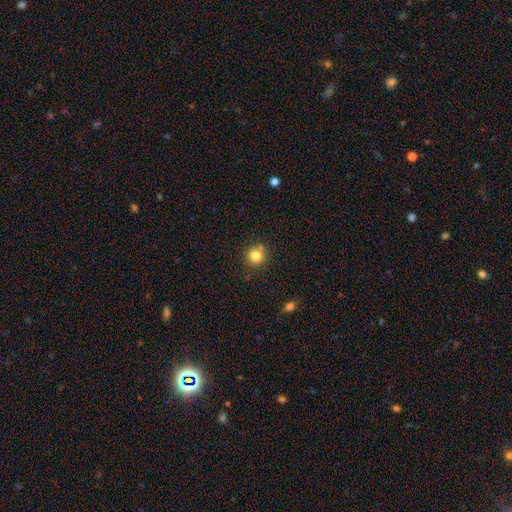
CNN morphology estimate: Smooth or featured?
  - smooth: 81% *
  - star or artifact: 12%
  - featured or disk: 7%
How rounded?
  - round: 92% *
  - in between: 7%
  - cigar-shaped: 1%
Merging?
  - none: 77% *
  - minor disturbance: 10%
  - merger: 9%
  - major disturbance: 3%